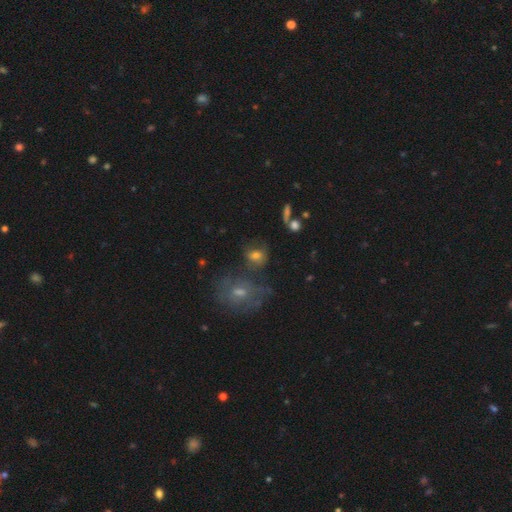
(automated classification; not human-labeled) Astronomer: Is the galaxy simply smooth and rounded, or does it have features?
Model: smooth — 65%.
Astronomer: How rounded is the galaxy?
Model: round — 49% (runner-up: in between, 48%).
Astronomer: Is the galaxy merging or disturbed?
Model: none — 51%.